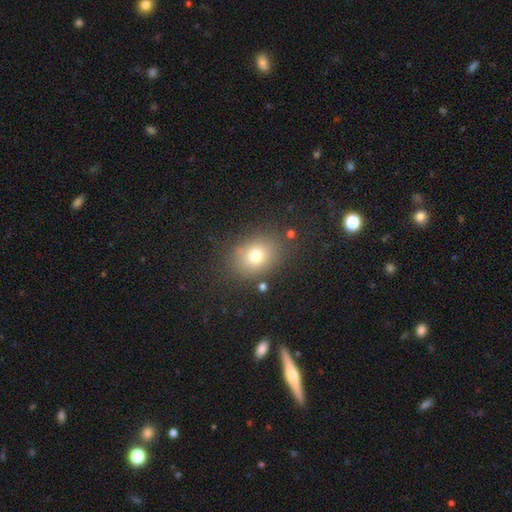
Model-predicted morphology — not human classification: Smooth or featured? smooth (74%)
How rounded? in between (54%)
Merging? none (81%)